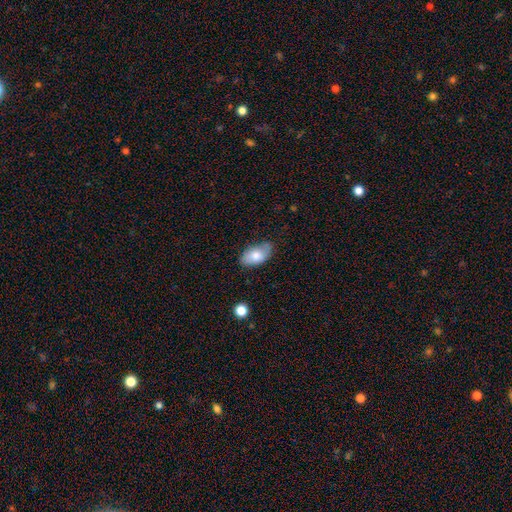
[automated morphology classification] This appears to be a smooth galaxy with no disk features (77%) that is in between round and cigar-shaped (94%). Merging: none (69%).